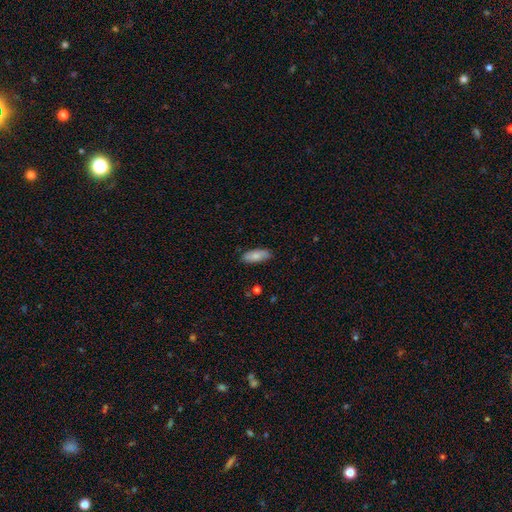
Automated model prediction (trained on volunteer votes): The model was most divided on "how rounded": in between: 81%, cigar-shaped: 17%, round: 2%. More confident: merging — none (83%); smooth or featured — smooth (80%).